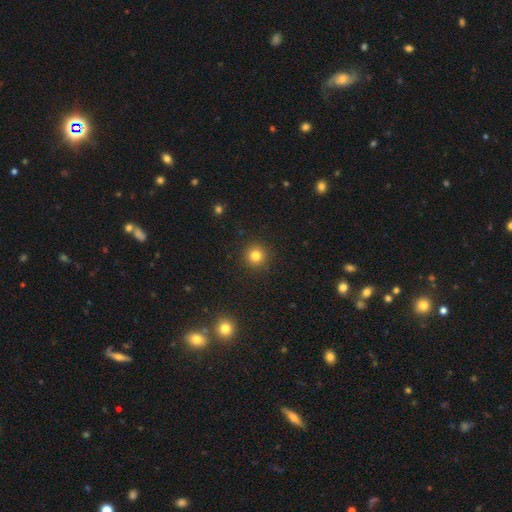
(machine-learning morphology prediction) smooth-or-featured: smooth: 81% | star or artifact: 13% | featured or disk: 6%
  how-rounded: round: 95% | in between: 4% | cigar-shaped: 1%
  merging: none: 92% | minor disturbance: 5% | major disturbance: 2% | merger: 1%